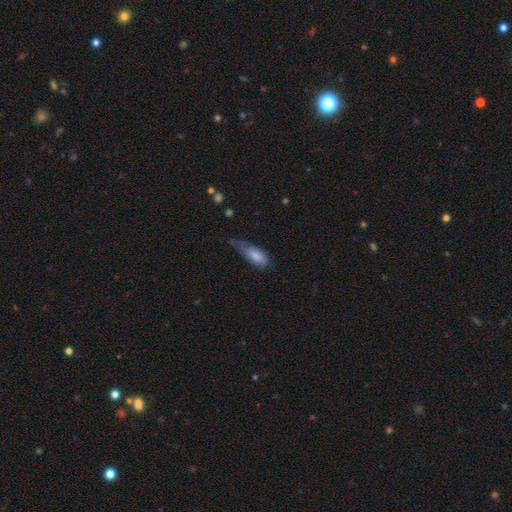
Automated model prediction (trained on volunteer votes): smooth_or_featured: smooth (p=0.81) [alt: featured or disk p=0.13]
how_rounded: in between (p=0.75) [alt: cigar-shaped p=0.23]
merging: minor disturbance (p=0.46) [alt: none p=0.30]